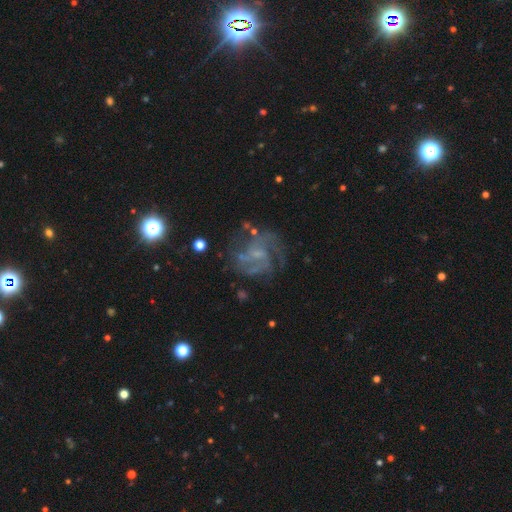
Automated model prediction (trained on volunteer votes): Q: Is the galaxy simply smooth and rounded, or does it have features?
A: featured or disk — 79%.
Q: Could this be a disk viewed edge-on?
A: no — 98%.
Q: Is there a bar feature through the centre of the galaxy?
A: no — 49%.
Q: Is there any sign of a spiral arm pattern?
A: yes — 89%.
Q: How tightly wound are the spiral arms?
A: medium — 49%.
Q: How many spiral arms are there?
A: can't tell — 28%.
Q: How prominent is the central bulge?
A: small — 47%.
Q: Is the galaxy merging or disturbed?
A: none — 63%.